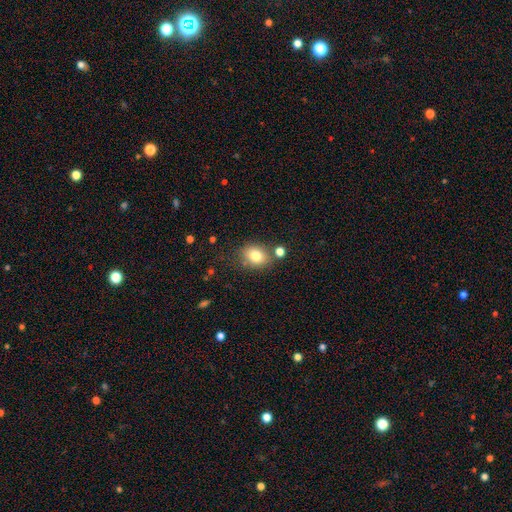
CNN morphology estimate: Q: Smooth or featured?
A: smooth (79%); runner-up: star or artifact (11%)
Q: How rounded?
A: in between (50%); runner-up: round (49%)
Q: Merging?
A: none (72%); runner-up: minor disturbance (14%)